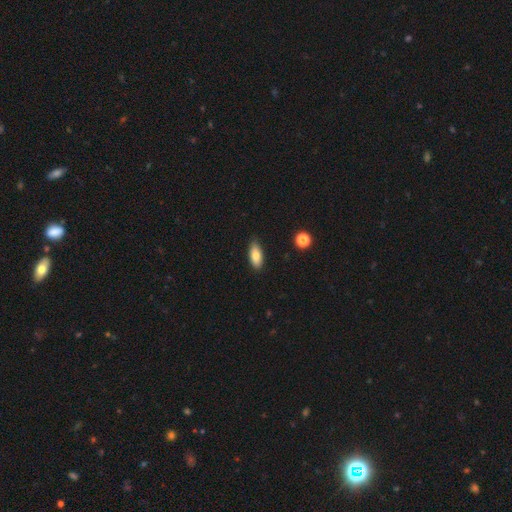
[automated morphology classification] The model was most divided on "smooth or featured": smooth: 79%, featured or disk: 13%, star or artifact: 7%. More confident: merging — none (84%); how rounded — in between (83%).